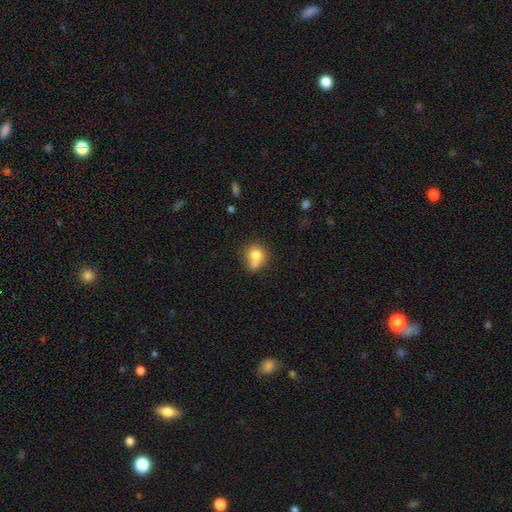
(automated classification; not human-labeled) Smooth or featured?
  - smooth: 75% *
  - featured or disk: 14%
  - star or artifact: 11%
How rounded?
  - round: 70% *
  - in between: 28%
  - cigar-shaped: 2%
Merging?
  - none: 43% *
  - minor disturbance: 24%
  - merger: 22%
  - major disturbance: 11%